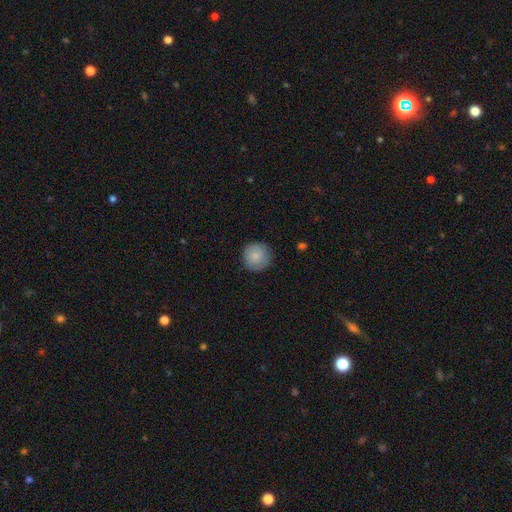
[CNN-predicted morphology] This appears to be a smooth galaxy with no disk features (85%) that is round (94%). Merging: none (86%).